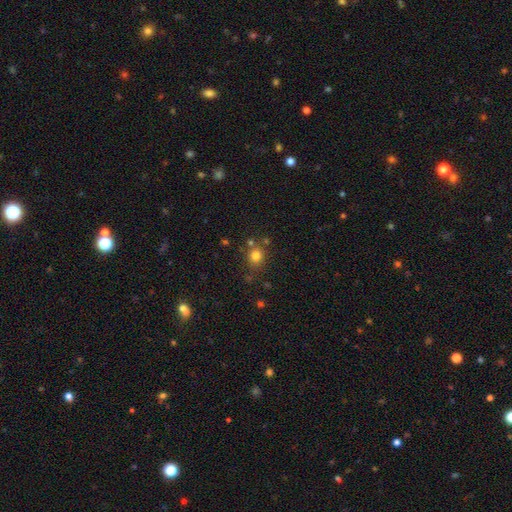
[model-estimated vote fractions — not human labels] A smooth galaxy with no disk features (78%) that is round (79%). Merging: none (74%).